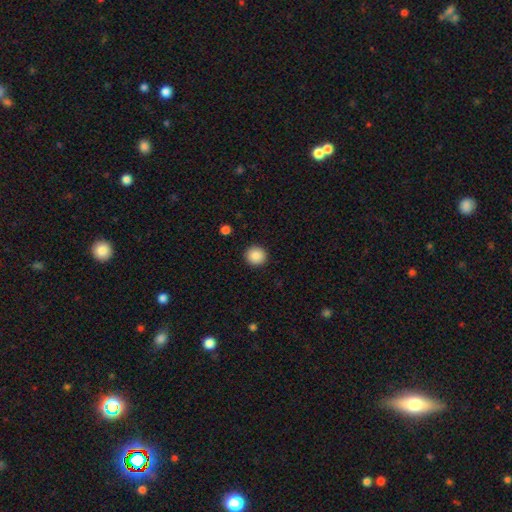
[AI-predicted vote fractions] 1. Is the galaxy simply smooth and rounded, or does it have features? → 88% smooth, 8% star or artifact, 4% featured or disk.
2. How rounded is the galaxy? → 93% round, 6% in between, 1% cigar-shaped.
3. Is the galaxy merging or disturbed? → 93% none, 5% minor disturbance, 2% major disturbance, 1% merger.